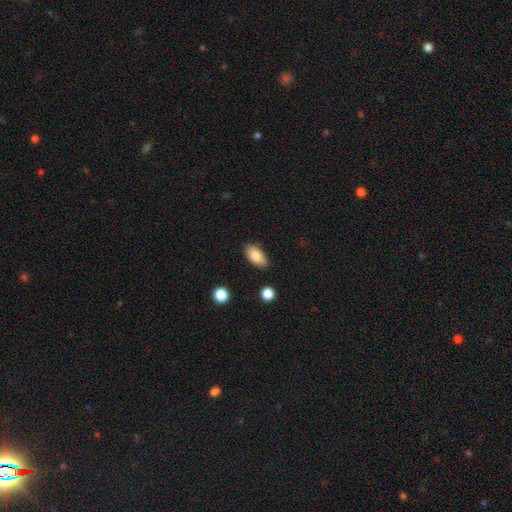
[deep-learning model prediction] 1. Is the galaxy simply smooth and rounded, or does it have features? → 84% smooth, 9% featured or disk, 7% star or artifact.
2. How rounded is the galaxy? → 92% in between, 4% round, 4% cigar-shaped.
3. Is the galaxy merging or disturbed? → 83% none, 13% minor disturbance, 2% major disturbance, 2% merger.